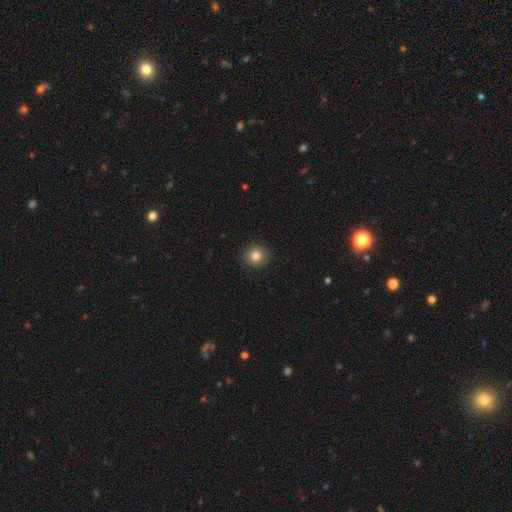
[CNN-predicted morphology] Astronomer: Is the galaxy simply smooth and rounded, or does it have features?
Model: smooth — 82%.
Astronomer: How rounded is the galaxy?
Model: round — 90%.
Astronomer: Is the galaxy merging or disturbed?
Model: none — 91%.